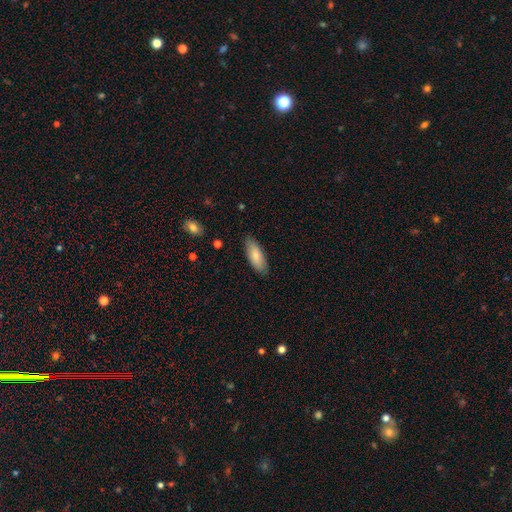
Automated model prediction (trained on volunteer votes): Smooth or featured?
  - smooth: 82% *
  - featured or disk: 12%
  - star or artifact: 6%
How rounded?
  - in between: 73% *
  - cigar-shaped: 25%
  - round: 2%
Merging?
  - none: 85% *
  - minor disturbance: 12%
  - major disturbance: 2%
  - merger: 1%